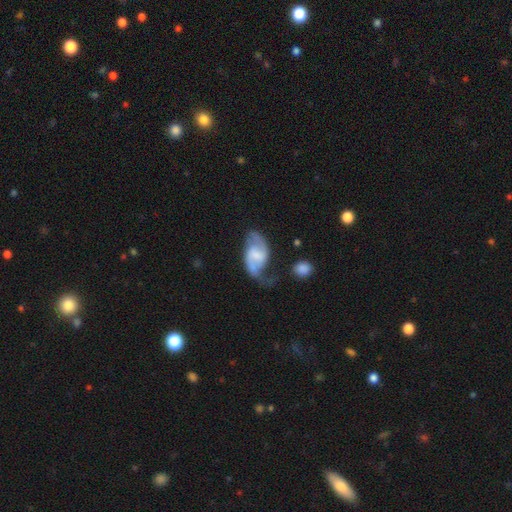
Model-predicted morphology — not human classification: This is likely a featured or disk galaxy (78%). It is clearly not viewed edge-on (97%). Bar: possibly weak (53%). Spiral arm pattern: clearly yes (92%). Spiral arm count: clearly 2 (90%). Spiral winding: possibly loose (51%). Central bulge: marginally none (33%). Merging: possibly none (47%).